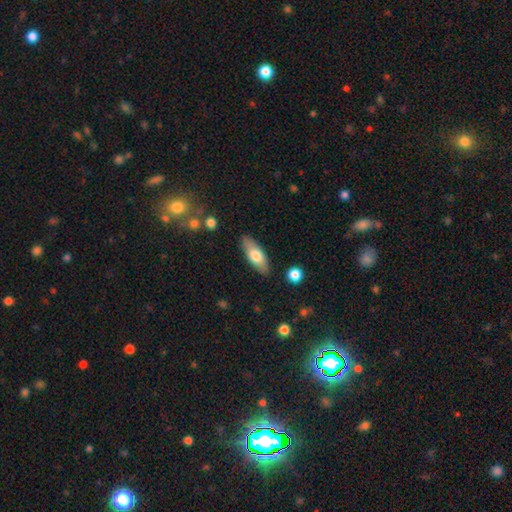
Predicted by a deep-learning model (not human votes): smooth-or-featured: smooth: 70% | featured or disk: 25% | star or artifact: 6%
  how-rounded: in between: 72% | cigar-shaped: 26% | round: 2%
  merging: none: 85% | minor disturbance: 11% | major disturbance: 2% | merger: 2%